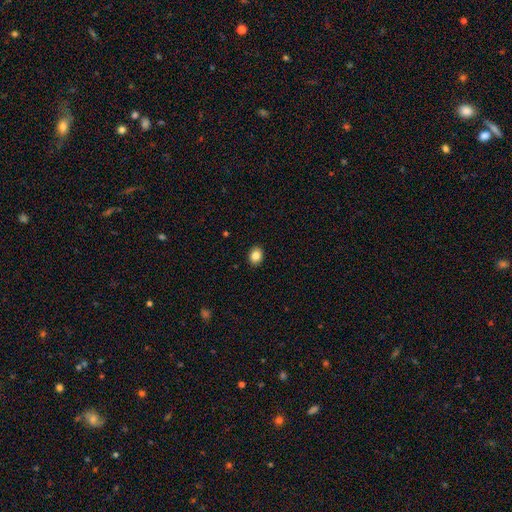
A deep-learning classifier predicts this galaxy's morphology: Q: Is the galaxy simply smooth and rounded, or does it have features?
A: smooth — 85%.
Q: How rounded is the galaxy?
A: round — 50%.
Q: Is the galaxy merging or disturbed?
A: none — 91%.